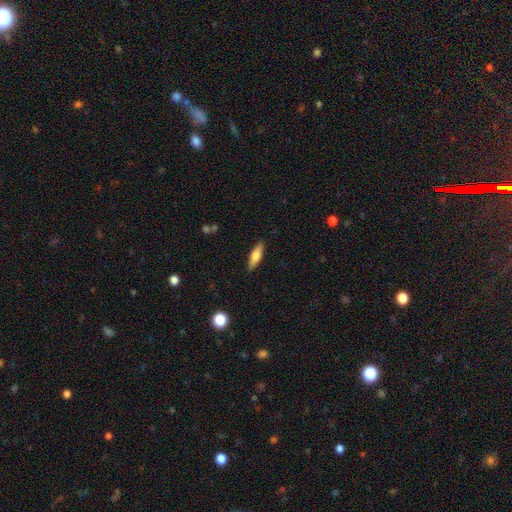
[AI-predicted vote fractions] Smooth or featured: smooth — 62% (featured or disk — 32%)
How rounded: cigar-shaped — 55% (in between — 43%)
Merging: none — 88% (minor disturbance — 9%)